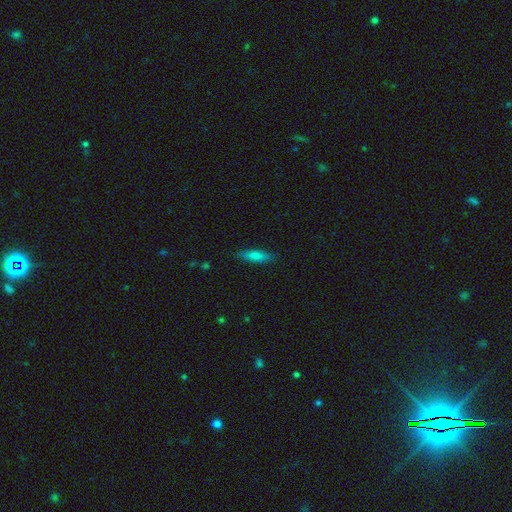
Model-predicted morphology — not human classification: Q: Smooth or featured?
A: smooth (78%); runner-up: featured or disk (15%)
Q: How rounded?
A: cigar-shaped (67%); runner-up: in between (31%)
Q: Merging?
A: none (86%); runner-up: minor disturbance (10%)